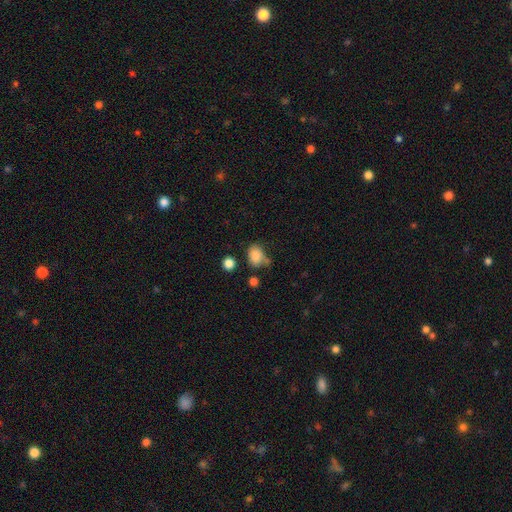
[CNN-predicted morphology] This appears to be a smooth galaxy with no disk features (84%) that is in between round and cigar-shaped (61%). Merging: none (59%).